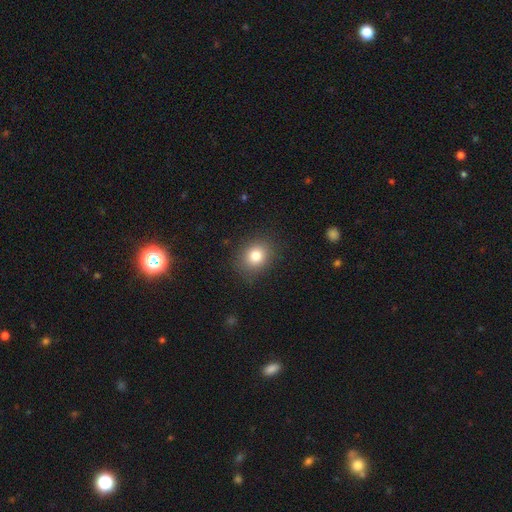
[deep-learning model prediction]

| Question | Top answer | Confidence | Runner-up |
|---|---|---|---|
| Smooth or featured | smooth | 80% | star or artifact (12%) |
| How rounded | round | 67% | in between (32%) |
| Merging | none | 87% | minor disturbance (9%) |